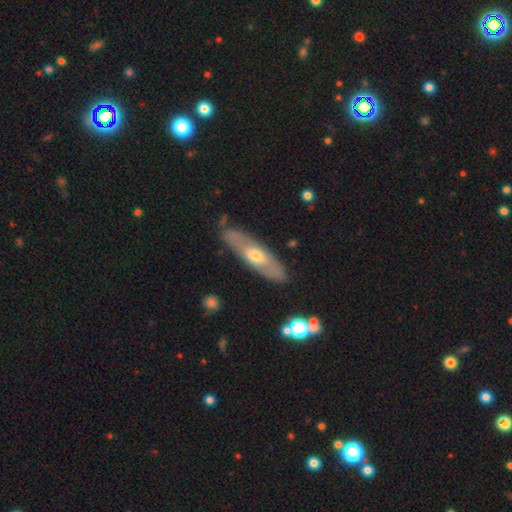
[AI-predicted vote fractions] smooth_or_featured: featured or disk (p=0.53) [alt: smooth p=0.42]
disk_edge_on: no (p=0.59) [alt: yes p=0.41]
merging: none (p=0.82) [alt: minor disturbance p=0.13]